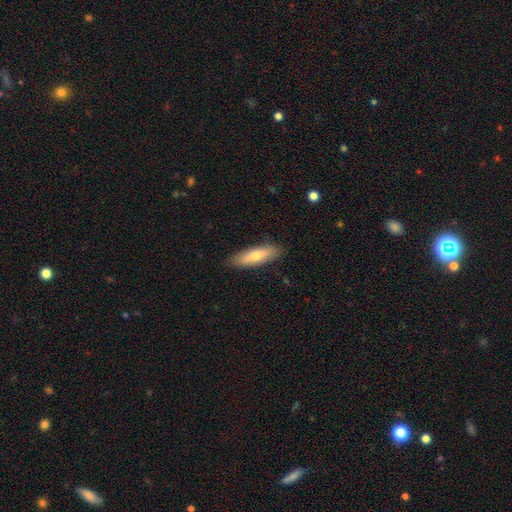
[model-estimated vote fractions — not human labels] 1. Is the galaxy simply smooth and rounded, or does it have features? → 67% smooth, 27% featured or disk, 6% star or artifact.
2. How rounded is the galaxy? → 55% cigar-shaped, 43% in between, 2% round.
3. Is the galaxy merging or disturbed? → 87% none, 10% minor disturbance, 2% major disturbance, 1% merger.